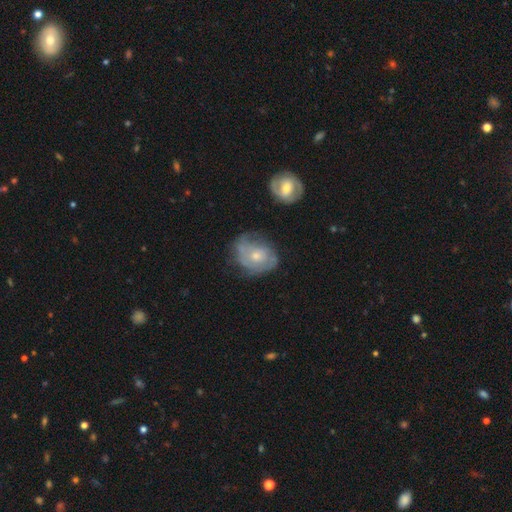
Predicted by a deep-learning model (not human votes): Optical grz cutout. It shows a featured or disk galaxy (61%) with no bar (79%), spiral arms (71%) and a small central bulge (52%). Merging: none (50%).